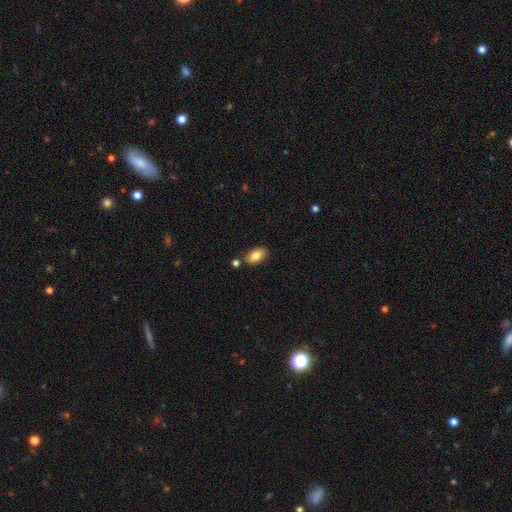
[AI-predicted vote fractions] This appears to be a smooth galaxy with no disk features (83%) that is in between round and cigar-shaped (93%). Merging: none (79%).